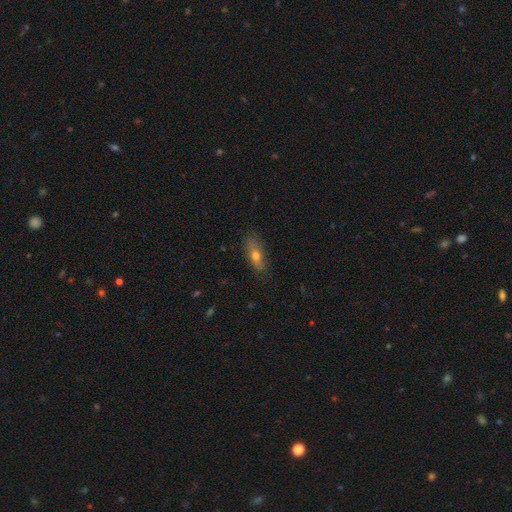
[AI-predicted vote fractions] smooth-or-featured: smooth: 62% | featured or disk: 29% | star or artifact: 9%
  how-rounded: in between: 62% | cigar-shaped: 33% | round: 5%
  merging: none: 78% | minor disturbance: 17% | major disturbance: 4% | merger: 1%